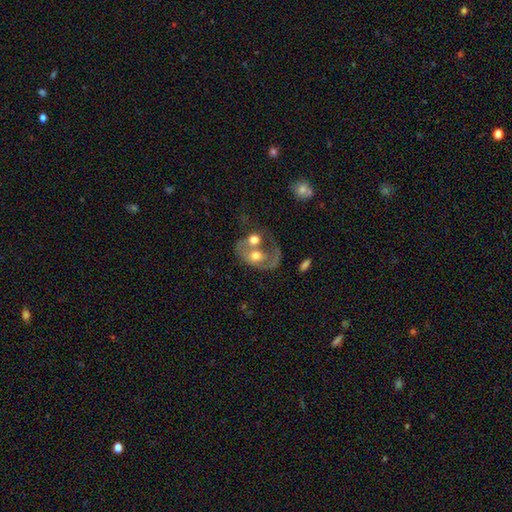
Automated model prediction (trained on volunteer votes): Smooth or featured: featured or disk — 55% (smooth — 38%)
Edge-on disk: no — 96% (yes — 4%)
Bar: no — 80% (weak — 16%)
Spiral arms: no — 56% (yes — 44%)
Bulge size: moderate — 61% (large — 21%)
Merging: merger — 65% (none — 14%)